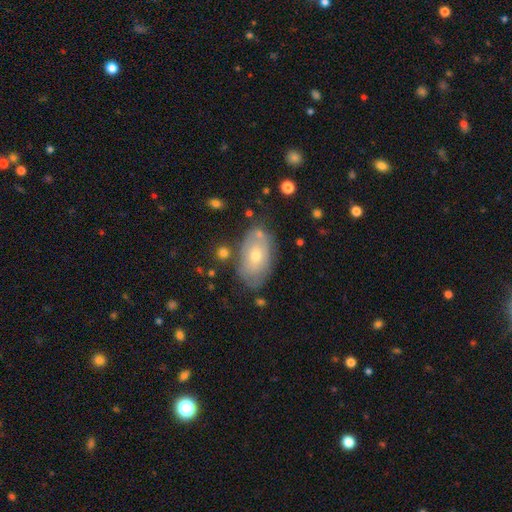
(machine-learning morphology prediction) This appears to be a smooth galaxy with no disk features (53%) that is in between round and cigar-shaped (91%). Merging: none (70%).